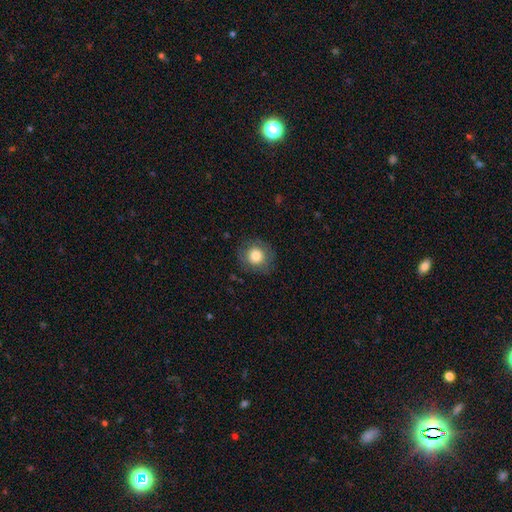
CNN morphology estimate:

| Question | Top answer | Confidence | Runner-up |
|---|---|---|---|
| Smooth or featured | smooth | 80% | featured or disk (11%) |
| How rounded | round | 87% | in between (12%) |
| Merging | none | 83% | minor disturbance (12%) |